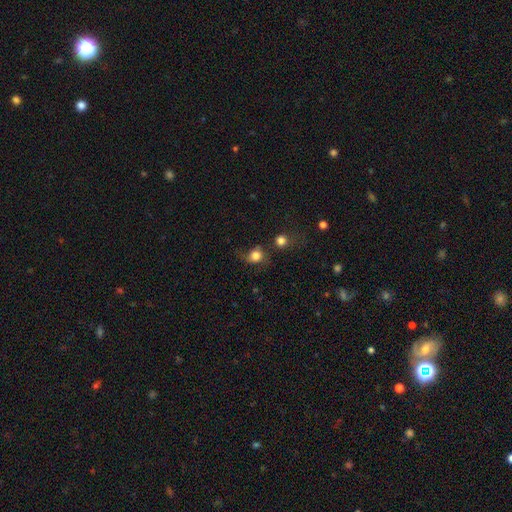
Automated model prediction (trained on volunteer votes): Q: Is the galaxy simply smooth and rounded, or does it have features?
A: smooth — 79%.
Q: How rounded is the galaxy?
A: round — 73%.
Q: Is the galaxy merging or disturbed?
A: none — 51%.